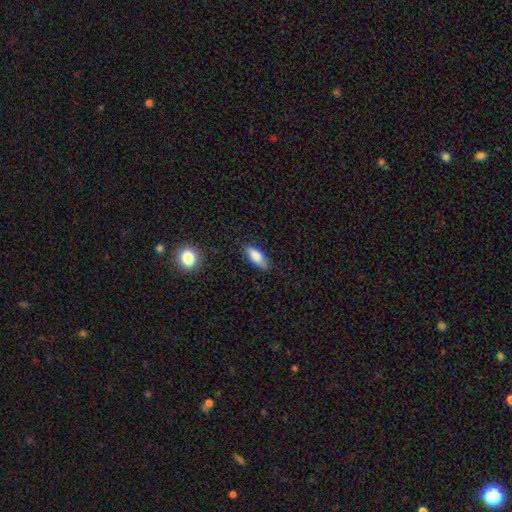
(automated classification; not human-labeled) Smooth or featured? Predicted: smooth (p=0.83). How rounded? Predicted: in between (p=0.78). Merging? Predicted: none (p=0.80).